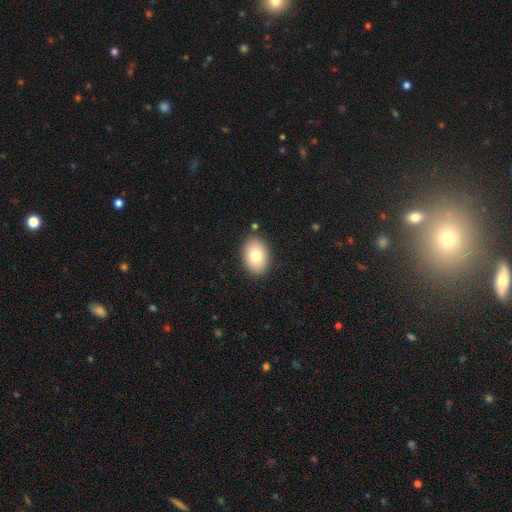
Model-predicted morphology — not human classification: Smooth or featured?
  - smooth: 77% *
  - featured or disk: 15%
  - star or artifact: 8%
How rounded?
  - in between: 80% *
  - round: 19%
  - cigar-shaped: 1%
Merging?
  - none: 87% *
  - minor disturbance: 9%
  - major disturbance: 2%
  - merger: 2%